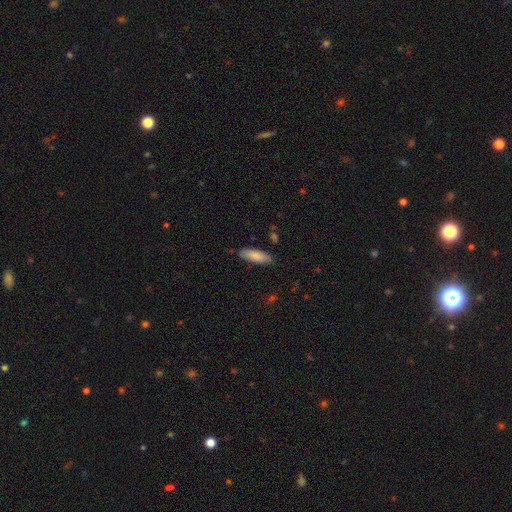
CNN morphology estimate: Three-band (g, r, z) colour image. It shows a smooth galaxy with no disk features (84%) that is in between round and cigar-shaped (59%). Merging: none (82%).